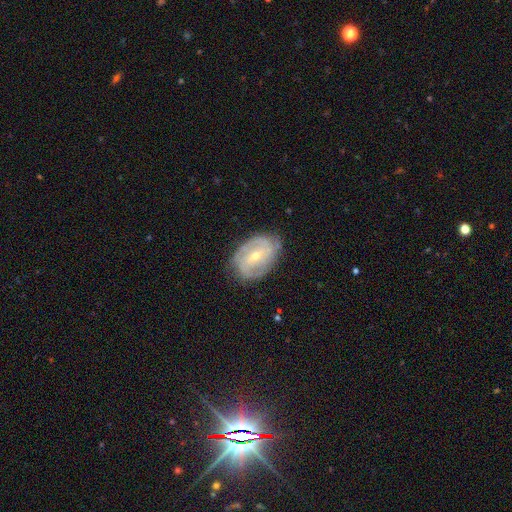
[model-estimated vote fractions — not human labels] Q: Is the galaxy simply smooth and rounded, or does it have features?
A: featured or disk — 81%.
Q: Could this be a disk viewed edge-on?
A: no — 96%.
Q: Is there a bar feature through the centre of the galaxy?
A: weak — 44%.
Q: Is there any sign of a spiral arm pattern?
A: yes — 90%.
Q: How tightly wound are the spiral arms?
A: tight — 57%.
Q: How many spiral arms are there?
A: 2 — 48%.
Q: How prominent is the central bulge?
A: small — 53%.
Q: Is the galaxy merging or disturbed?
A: none — 75%.